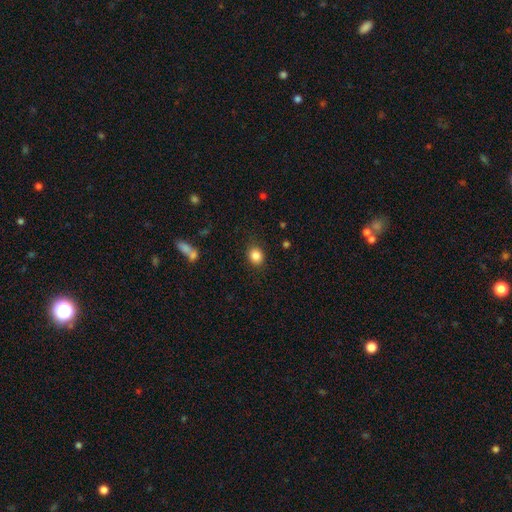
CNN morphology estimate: Q: Smooth or featured?
A: smooth (85%); runner-up: star or artifact (10%)
Q: How rounded?
A: round (65%); runner-up: in between (34%)
Q: Merging?
A: none (86%); runner-up: minor disturbance (9%)